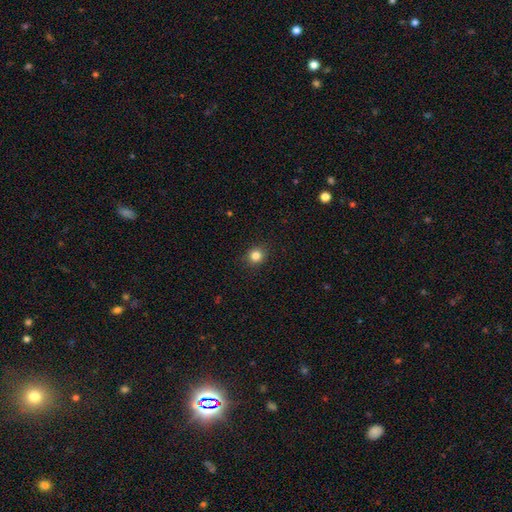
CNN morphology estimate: This appears to be a smooth galaxy with no disk features (83%) that is round (84%). Merging: none (90%).